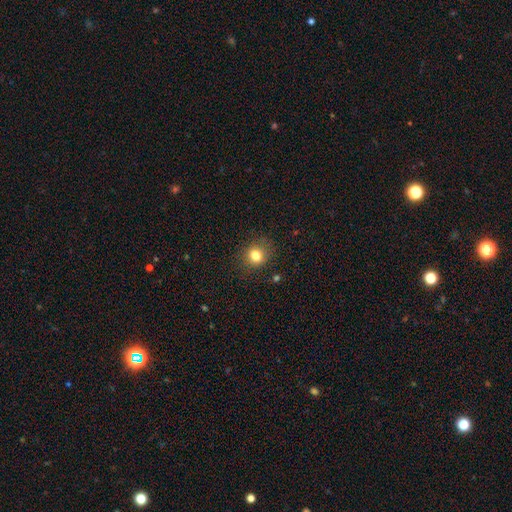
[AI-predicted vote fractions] A smooth galaxy with no disk features (81%) that is round (75%). Merging: none (84%).